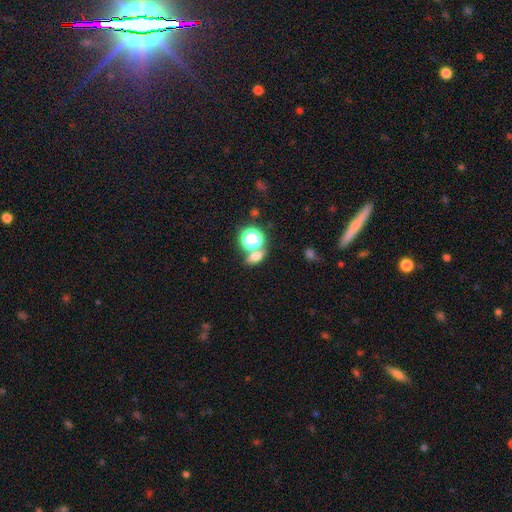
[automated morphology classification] smooth-or-featured: smooth: 65% | star or artifact: 23% | featured or disk: 12%
  how-rounded: in between: 57% | round: 37% | cigar-shaped: 6%
  merging: none: 63% | merger: 23% | minor disturbance: 10% | major disturbance: 4%